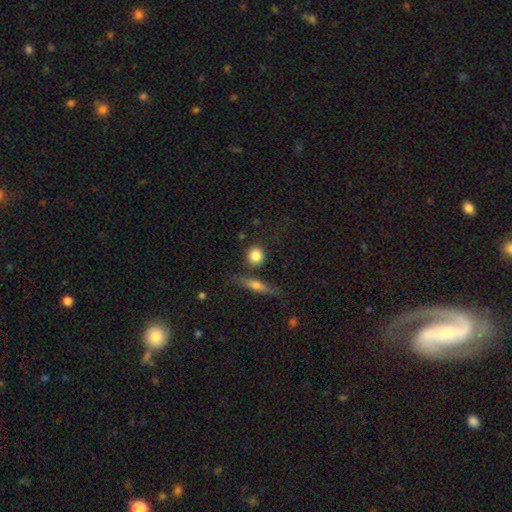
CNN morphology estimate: smooth 82%, featured or disk 9%, star or artifact 8%. Down the decision tree: how rounded — round (83%); merging — none (77%).